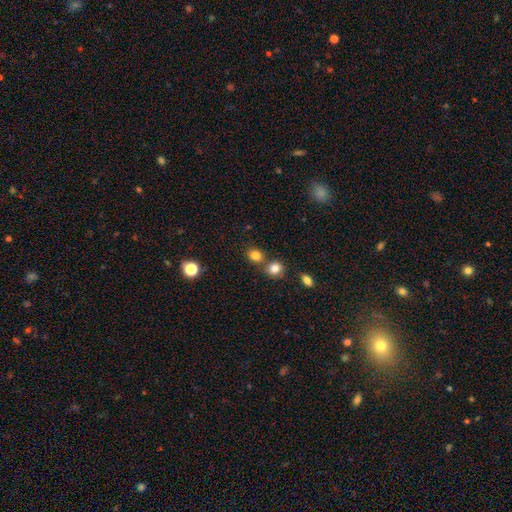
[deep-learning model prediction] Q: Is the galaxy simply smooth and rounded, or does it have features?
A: smooth — 81%.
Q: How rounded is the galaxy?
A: round — 70%.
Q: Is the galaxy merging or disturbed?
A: none — 61%.